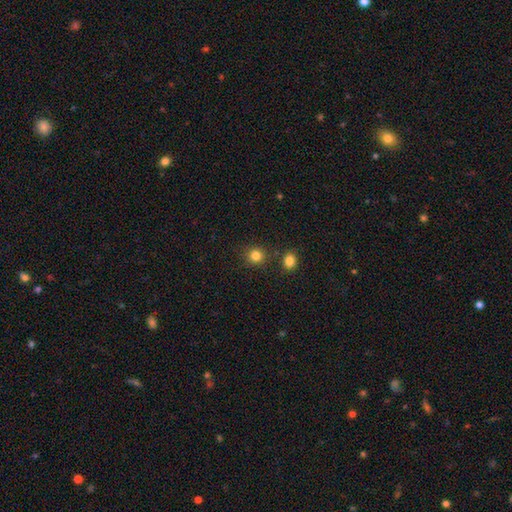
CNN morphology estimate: A smooth galaxy with no disk features (83%) that is round (90%). Merging: none (84%).